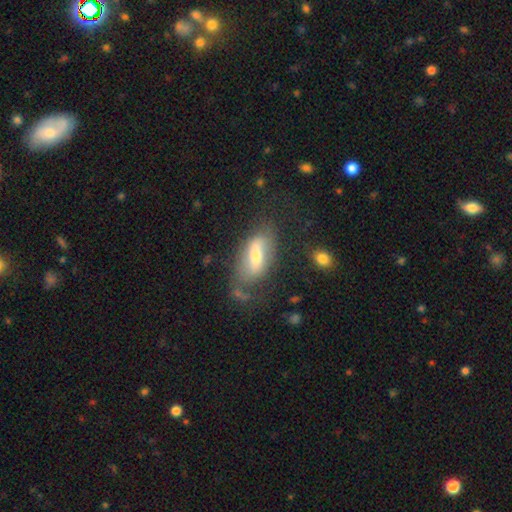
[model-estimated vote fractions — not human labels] Q: Smooth or featured?
A: smooth (48%); runner-up: featured or disk (45%)
Q: Merging?
A: none (55%); runner-up: minor disturbance (25%)